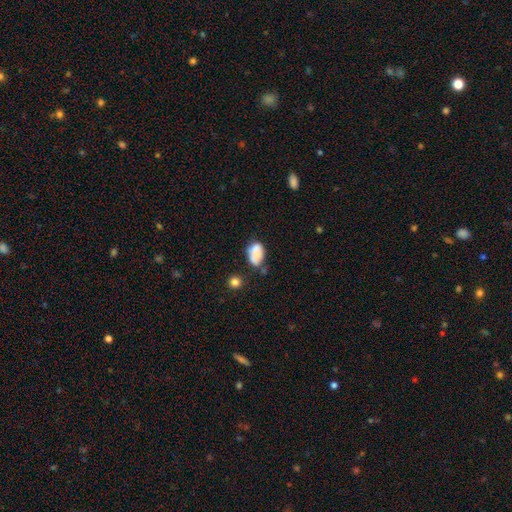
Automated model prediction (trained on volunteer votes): Morphology: type=smooth (74%); roundness=in between (85%); merging=none (40%).